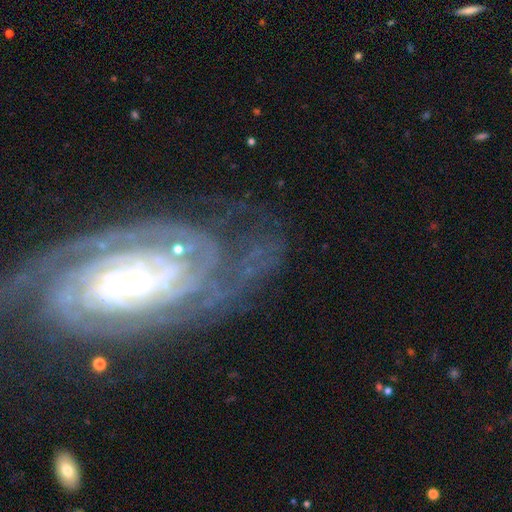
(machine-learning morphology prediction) Smooth or featured?
  - featured or disk: 88% *
  - star or artifact: 7%
  - smooth: 5%
Edge-on disk?
  - no: 95% *
  - yes: 5%
Bar?
  - no: 64% *
  - weak: 23%
  - strong: 13%
Spiral arms?
  - yes: 98% *
  - no: 2%
Spiral winding?
  - tight: 79% *
  - medium: 17%
  - loose: 3%
Spiral arm count?
  - can't tell: 26% *
  - 2: 22%
  - 3: 16%
  - 4: 16%
  - more than 4: 12%
  - 1: 8%
Bulge size?
  - small: 72% *
  - moderate: 14%
  - none: 7%
  - large: 5%
  - dominant: 2%
Merging?
  - none: 71% *
  - minor disturbance: 17%
  - major disturbance: 10%
  - merger: 3%